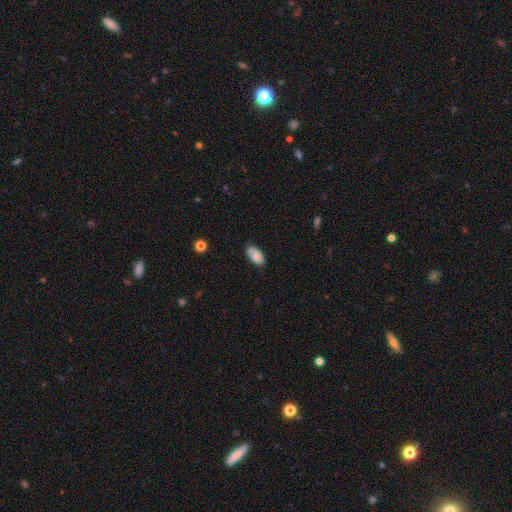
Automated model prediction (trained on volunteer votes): A smooth galaxy with no disk features (76%) that is in between round and cigar-shaped (93%). Merging: none (64%).